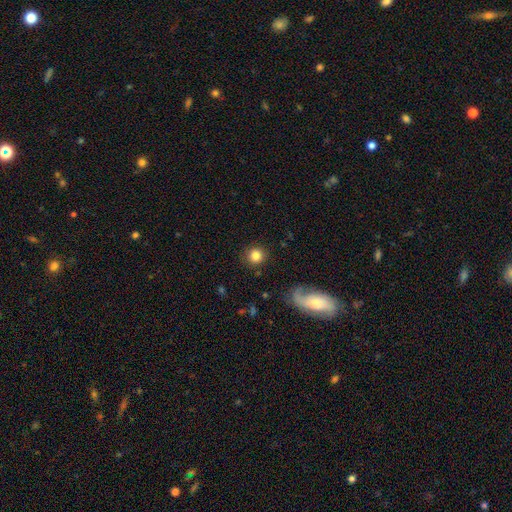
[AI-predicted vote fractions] Overall: smooth (82%). How rounded: round (92%). Merging: none (89%).